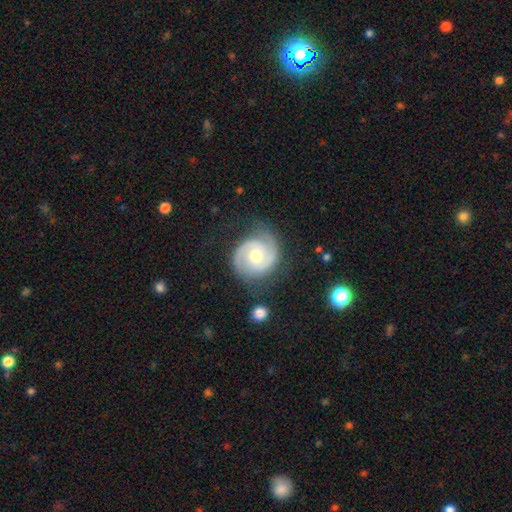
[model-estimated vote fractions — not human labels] This is clearly a featured or disk galaxy (84%). It is clearly not viewed edge-on (98%). Bar: likely no (62%). Spiral arm pattern: clearly yes (95%). Spiral arm count: clearly 2 (85%). Spiral winding: possibly tight (51%). Central bulge: likely moderate (76%). Merging: likely none (72%).